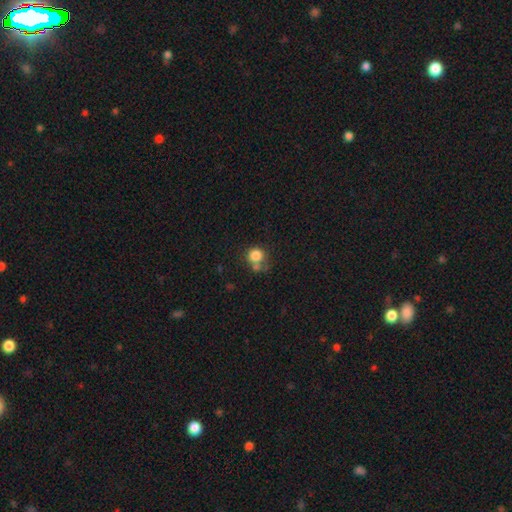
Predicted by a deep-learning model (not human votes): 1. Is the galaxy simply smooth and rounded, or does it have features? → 81% smooth, 11% star or artifact, 8% featured or disk.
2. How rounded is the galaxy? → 86% round, 13% in between, 1% cigar-shaped.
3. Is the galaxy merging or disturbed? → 51% none, 25% merger, 16% minor disturbance, 8% major disturbance.